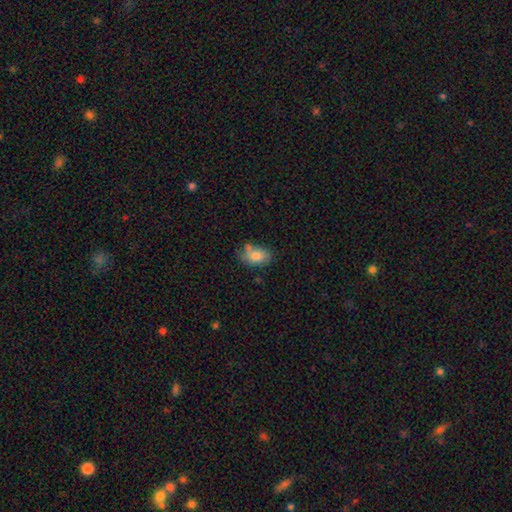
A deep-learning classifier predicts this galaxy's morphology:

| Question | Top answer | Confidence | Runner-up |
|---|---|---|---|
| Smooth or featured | smooth | 79% | featured or disk (13%) |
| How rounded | in between | 85% | round (14%) |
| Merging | none | 52% | minor disturbance (25%) |